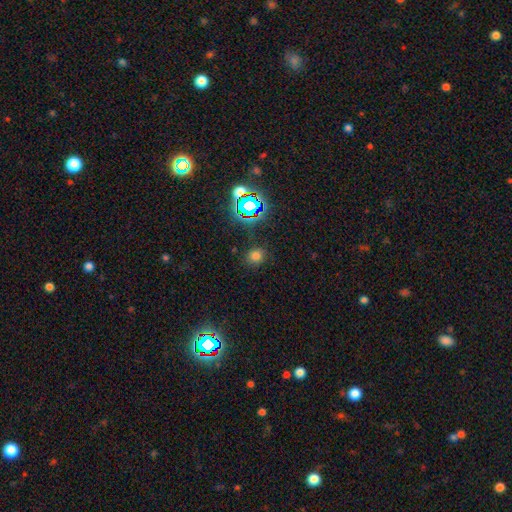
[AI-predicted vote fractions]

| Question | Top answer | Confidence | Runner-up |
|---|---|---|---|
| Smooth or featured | smooth | 68% | star or artifact (26%) |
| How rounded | round | 71% | in between (28%) |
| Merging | none | 84% | minor disturbance (10%) |